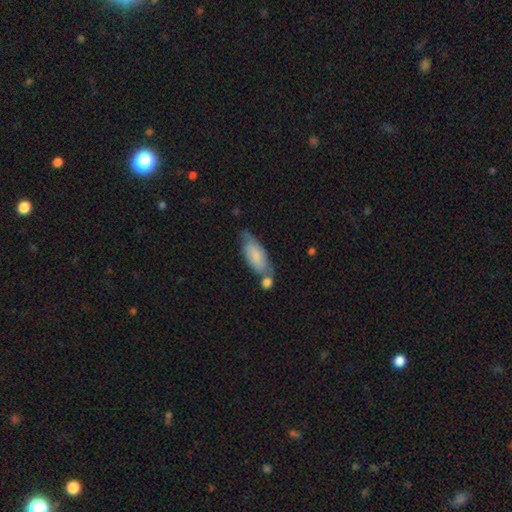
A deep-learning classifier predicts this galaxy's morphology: Smooth or featured?
  - smooth: 73% *
  - featured or disk: 21%
  - star or artifact: 6%
How rounded?
  - in between: 72% *
  - cigar-shaped: 26%
  - round: 2%
Merging?
  - none: 45% *
  - minor disturbance: 24%
  - merger: 24%
  - major disturbance: 7%